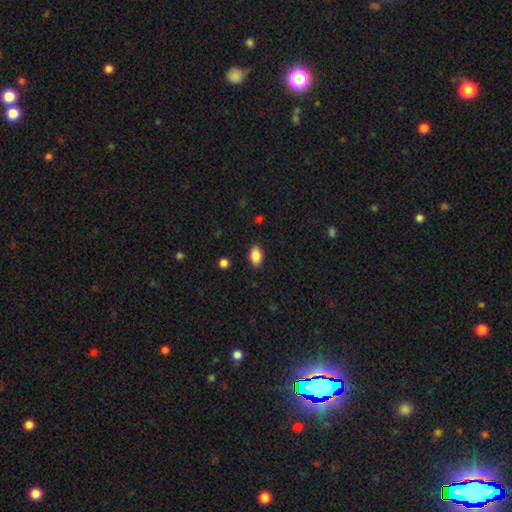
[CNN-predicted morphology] smooth-or-featured: smooth: 86% | star or artifact: 8% | featured or disk: 6%
  how-rounded: in between: 89% | round: 9% | cigar-shaped: 2%
  merging: none: 89% | minor disturbance: 8% | major disturbance: 2% | merger: 1%